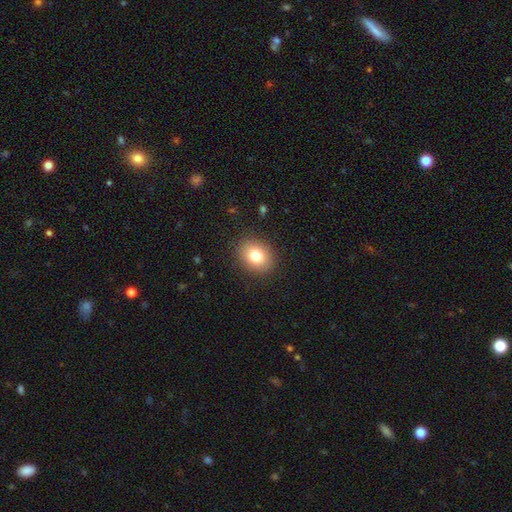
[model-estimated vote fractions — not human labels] Smooth or featured? smooth (81%)
How rounded? round (50%)
Merging? none (88%)